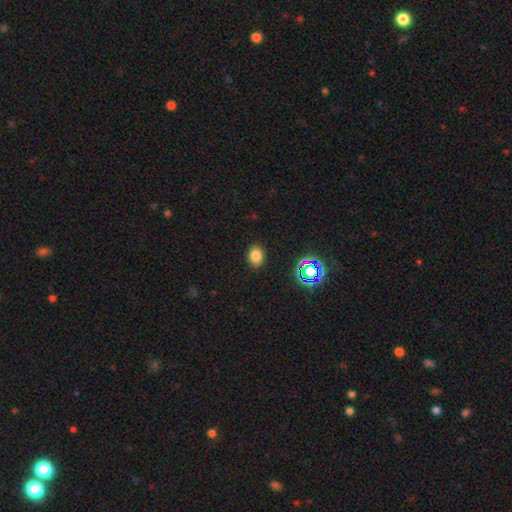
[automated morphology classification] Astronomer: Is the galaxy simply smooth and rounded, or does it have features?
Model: smooth — 78%.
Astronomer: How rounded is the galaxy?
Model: in between — 60% (runner-up: round, 39%).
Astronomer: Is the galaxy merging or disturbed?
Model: none — 88%.